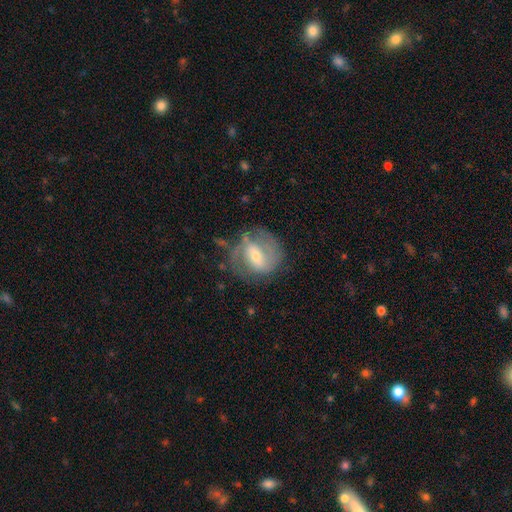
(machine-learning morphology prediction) Smooth or featured?
  - featured or disk: 71% *
  - smooth: 23%
  - star or artifact: 7%
Edge-on disk?
  - no: 96% *
  - yes: 4%
Bar?
  - weak: 47% *
  - strong: 34%
  - no: 20%
Spiral arms?
  - yes: 81% *
  - no: 19%
Spiral winding?
  - medium: 45% *
  - tight: 37%
  - loose: 18%
Spiral arm count?
  - 2: 69% *
  - can't tell: 17%
  - 1: 7%
  - 3: 4%
  - 4: 1%
  - more than 4: 1%
Bulge size?
  - moderate: 46% *
  - small: 45%
  - large: 5%
  - none: 2%
  - dominant: 1%
Merging?
  - none: 62% *
  - minor disturbance: 21%
  - major disturbance: 14%
  - merger: 3%